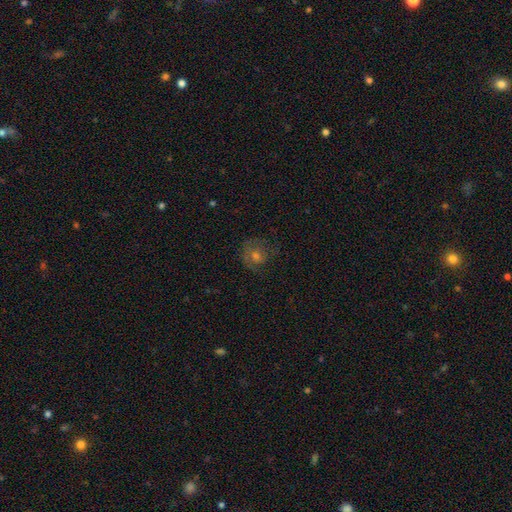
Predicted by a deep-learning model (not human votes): Smooth or featured? Predicted: smooth (p=0.41). Merging? Predicted: none (p=0.67).